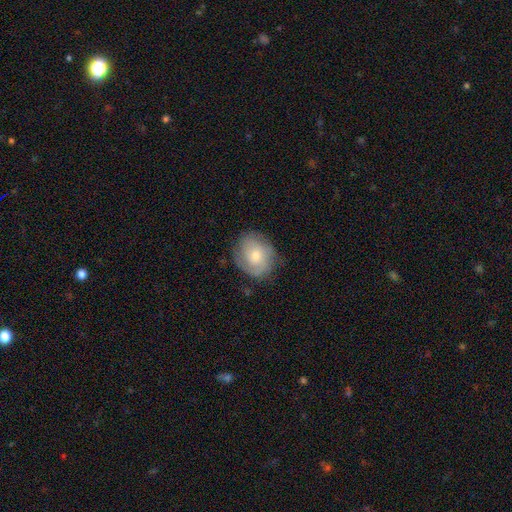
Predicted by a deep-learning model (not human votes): Overall: smooth (48%; featured or disk 44%). Merging: none (72%).